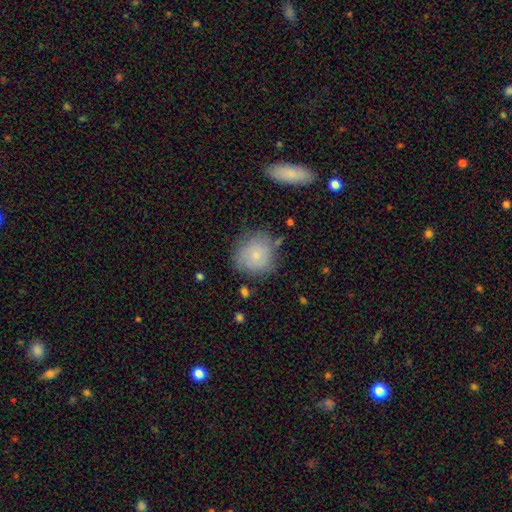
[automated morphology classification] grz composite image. It shows a smooth galaxy with no disk features (74%) that is round (86%). Merging: none (70%).